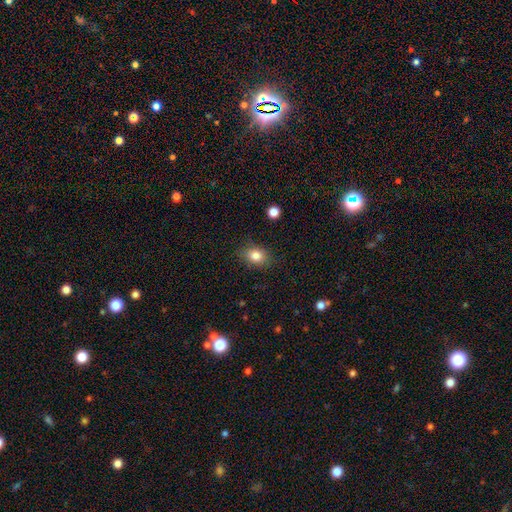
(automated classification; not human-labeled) Smooth or featured?
  - smooth: 83% *
  - star or artifact: 10%
  - featured or disk: 7%
How rounded?
  - in between: 63% *
  - round: 36%
  - cigar-shaped: 1%
Merging?
  - none: 83% *
  - minor disturbance: 13%
  - major disturbance: 3%
  - merger: 1%